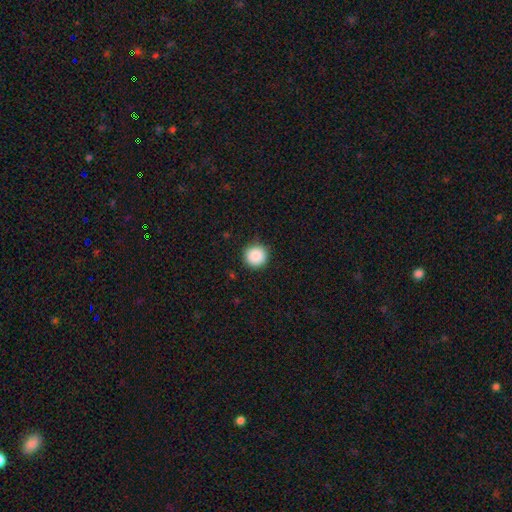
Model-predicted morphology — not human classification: This appears to be a smooth galaxy with no disk features (89%) that is round (96%). Merging: none (90%).